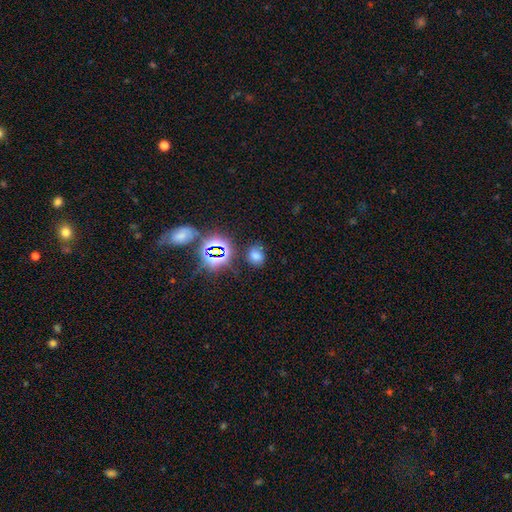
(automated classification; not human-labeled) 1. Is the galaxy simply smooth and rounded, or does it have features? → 62% smooth, 30% star or artifact, 8% featured or disk.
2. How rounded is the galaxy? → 53% round, 46% in between, 1% cigar-shaped.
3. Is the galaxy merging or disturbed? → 72% none, 17% minor disturbance, 6% major disturbance, 5% merger.